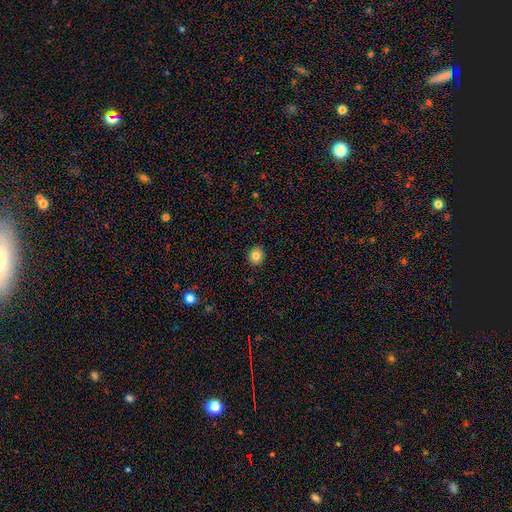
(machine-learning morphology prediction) Smooth or featured? smooth (84%)
How rounded? round (82%)
Merging? none (91%)